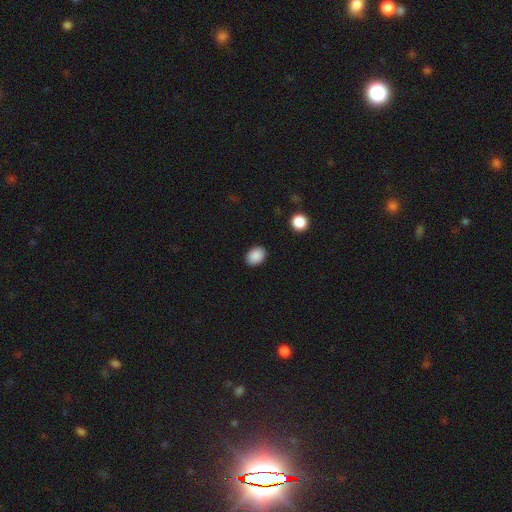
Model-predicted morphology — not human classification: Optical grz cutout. It shows a smooth galaxy with no disk features (89%) that is in between round and cigar-shaped (72%). Merging: none (89%).